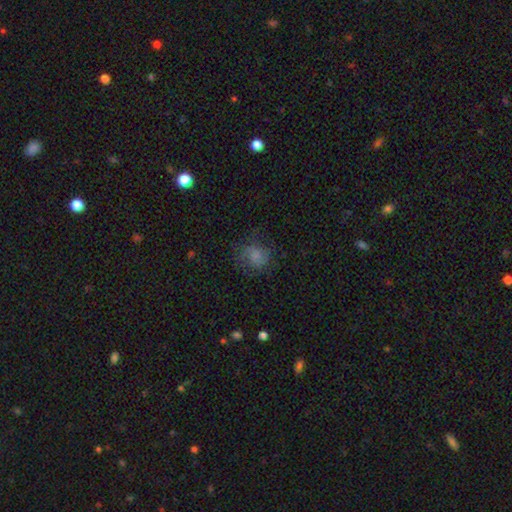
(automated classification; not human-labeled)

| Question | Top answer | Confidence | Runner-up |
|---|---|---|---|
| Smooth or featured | smooth | 61% | featured or disk (26%) |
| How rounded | round | 73% | in between (26%) |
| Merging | none | 60% | minor disturbance (22%) |